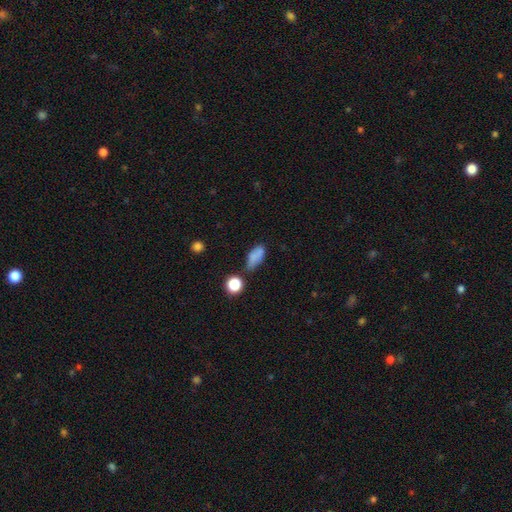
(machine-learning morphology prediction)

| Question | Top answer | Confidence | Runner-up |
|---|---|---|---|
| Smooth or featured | smooth | 78% | star or artifact (12%) |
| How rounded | in between | 80% | cigar-shaped (12%) |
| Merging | none | 53% | minor disturbance (27%) |